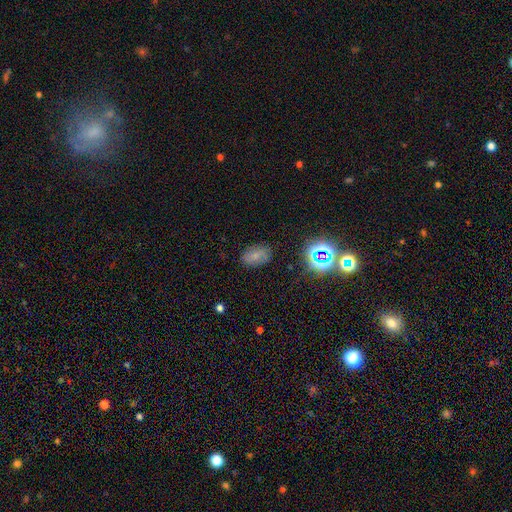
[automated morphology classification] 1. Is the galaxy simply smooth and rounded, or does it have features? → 57% smooth, 24% featured or disk, 19% star or artifact.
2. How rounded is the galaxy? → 85% in between, 14% round, 2% cigar-shaped.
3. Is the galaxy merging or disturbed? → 78% none, 16% minor disturbance, 5% major disturbance, 2% merger.